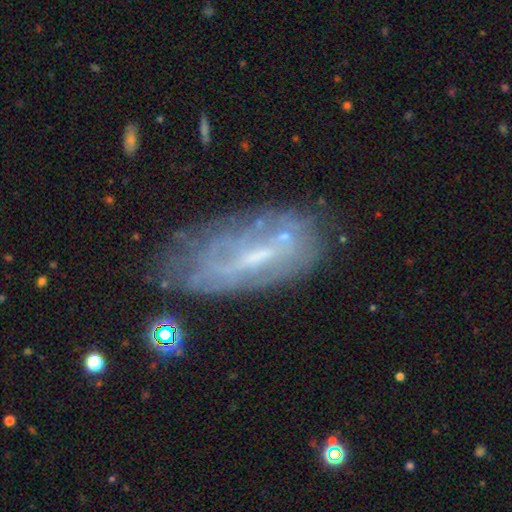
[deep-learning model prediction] Q: Smooth or featured?
A: featured or disk (65%); runner-up: smooth (26%)
Q: Edge-on disk?
A: no (86%); runner-up: yes (14%)
Q: Bar?
A: weak (43%); runner-up: no (34%)
Q: Spiral arms?
A: no (55%); runner-up: yes (45%)
Q: Bulge size?
A: small (47%); runner-up: moderate (26%)
Q: Merging?
A: none (59%); runner-up: minor disturbance (24%)